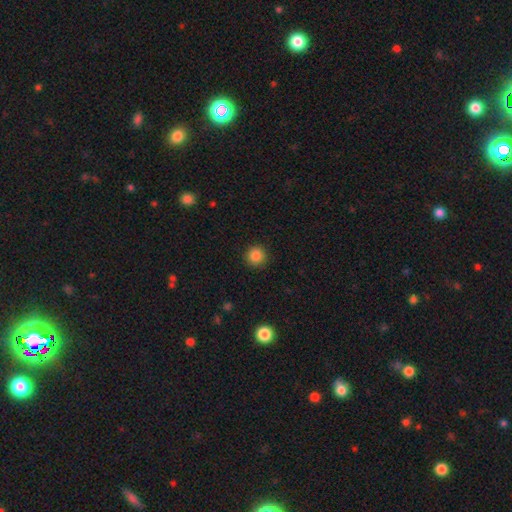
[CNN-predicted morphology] A smooth galaxy with no disk features (85%) that is round (95%). Merging: none (92%).